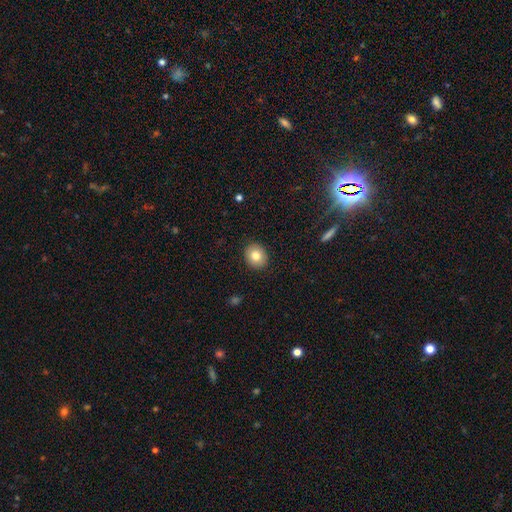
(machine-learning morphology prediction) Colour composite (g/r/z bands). It shows a smooth galaxy with no disk features (82%) that is round (70%). Merging: none (91%).